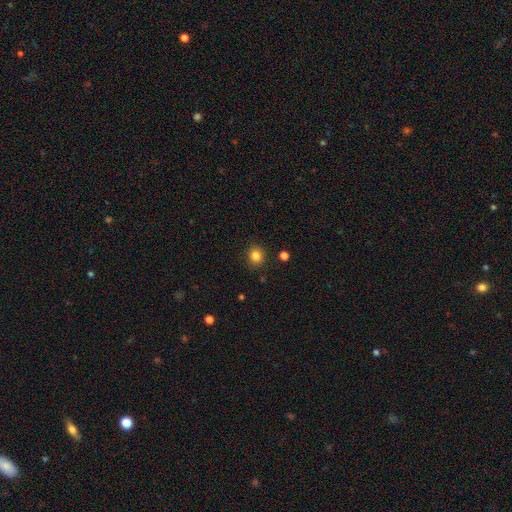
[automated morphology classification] Smooth or featured: smooth — 83% (star or artifact — 12%)
How rounded: round — 79% (in between — 20%)
Merging: none — 89% (minor disturbance — 7%)